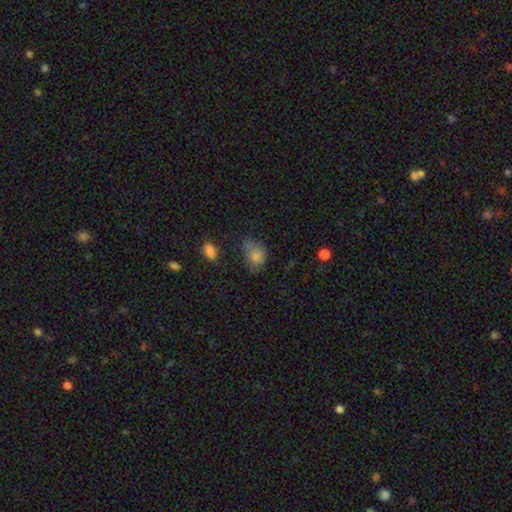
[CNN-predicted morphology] type=smooth (79%); roundness=in between (70%); merging=none (43%).